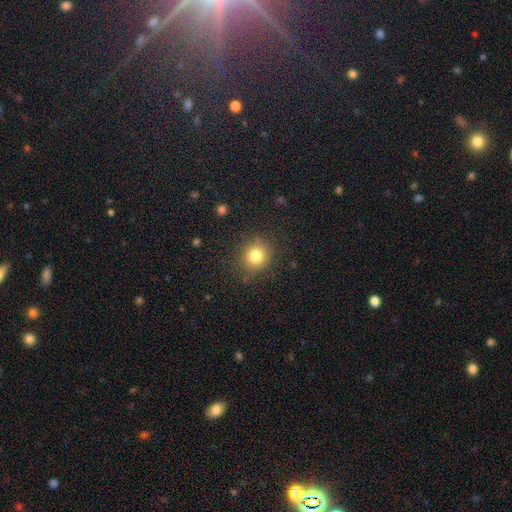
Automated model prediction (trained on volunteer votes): Q: Smooth or featured?
A: smooth (80%); runner-up: star or artifact (13%)
Q: How rounded?
A: round (85%); runner-up: in between (14%)
Q: Merging?
A: none (84%); runner-up: minor disturbance (11%)